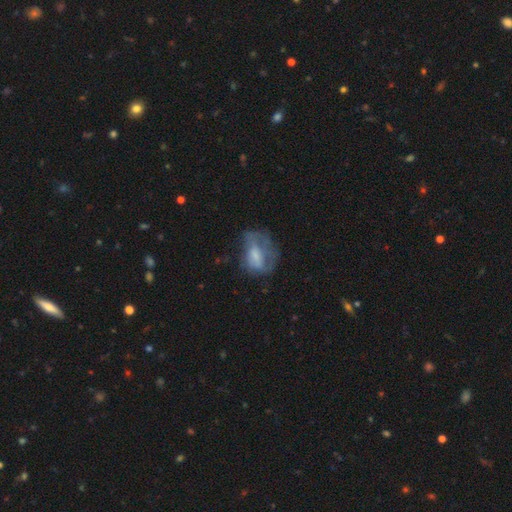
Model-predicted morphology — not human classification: This is possibly a smooth galaxy (49%). Merging: marginally major disturbance (37%).